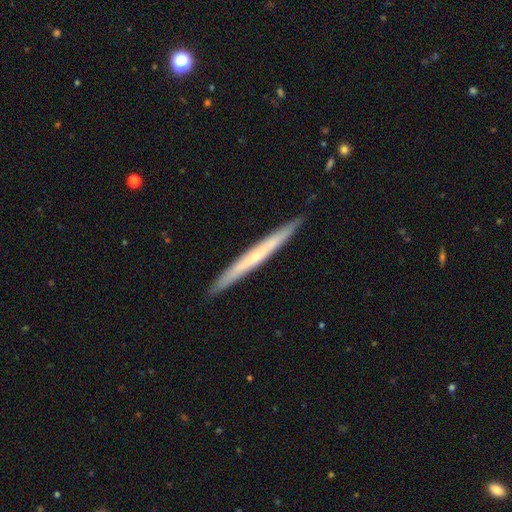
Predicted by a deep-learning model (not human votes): Morphology: type=featured or disk (57%); edge-on=yes (96%); edge-on bulge=none (67%); merging=none (91%).